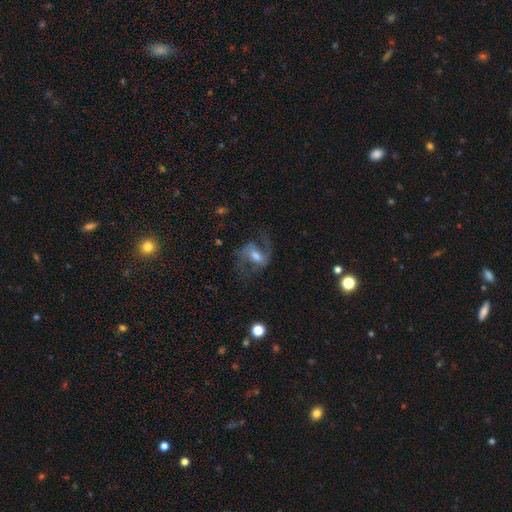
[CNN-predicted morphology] Smooth or featured? featured or disk (77%)
Edge-on disk? no (96%)
Bar? weak (50%)
Spiral arms? yes (92%)
Spiral winding? loose (46%)
Spiral arm count? 2 (87%)
Bulge size? moderate (56%)
Merging? none (63%)